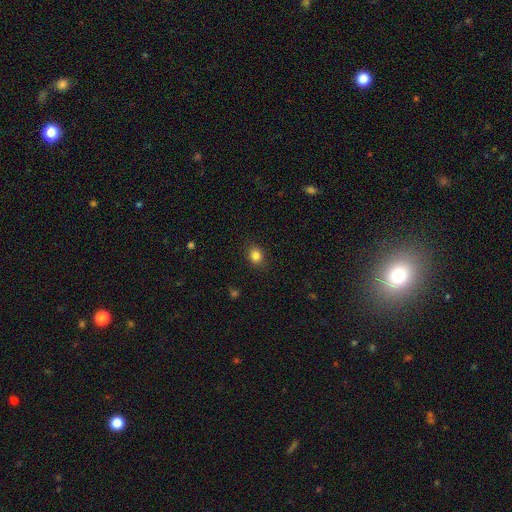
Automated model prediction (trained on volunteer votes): Q: Smooth or featured?
A: smooth (84%); runner-up: star or artifact (11%)
Q: How rounded?
A: round (66%); runner-up: in between (33%)
Q: Merging?
A: none (88%); runner-up: minor disturbance (9%)